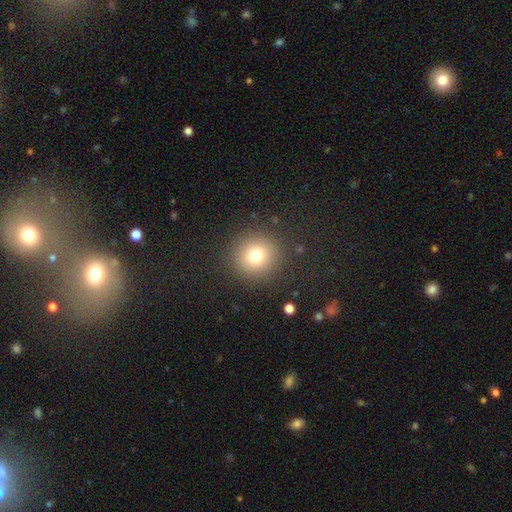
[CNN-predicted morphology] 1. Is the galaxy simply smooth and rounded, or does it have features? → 76% smooth, 15% star or artifact, 10% featured or disk.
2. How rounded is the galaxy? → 93% round, 6% in between, 1% cigar-shaped.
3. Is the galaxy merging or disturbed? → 89% none, 6% minor disturbance, 3% major disturbance, 1% merger.